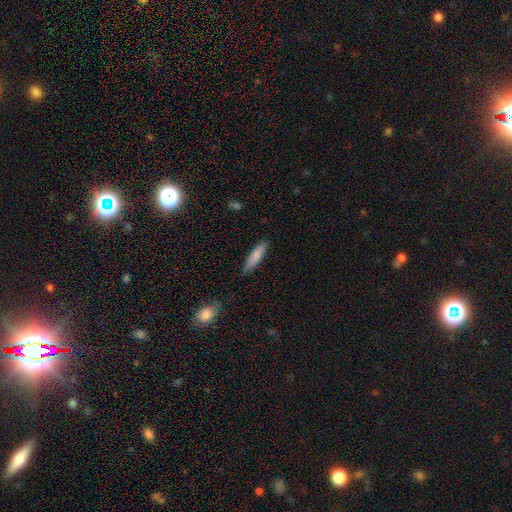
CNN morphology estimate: Smooth or featured? Predicted: smooth (p=0.82). How rounded? Predicted: cigar-shaped (p=0.71). Merging? Predicted: none (p=0.80).